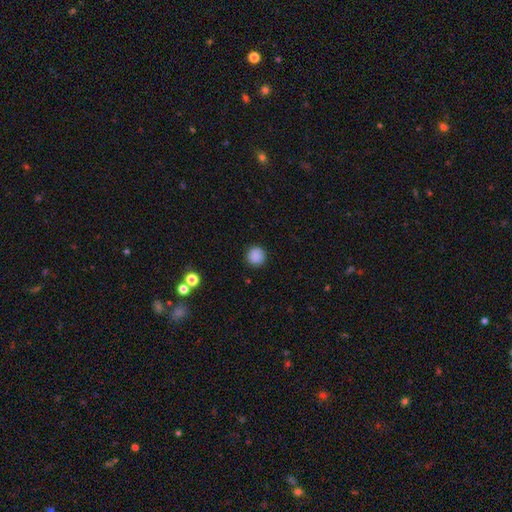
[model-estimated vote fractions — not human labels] Smooth or featured?
  - smooth: 88% *
  - star or artifact: 10%
  - featured or disk: 3%
How rounded?
  - round: 93% *
  - in between: 6%
  - cigar-shaped: 1%
Merging?
  - none: 90% *
  - minor disturbance: 7%
  - major disturbance: 2%
  - merger: 1%